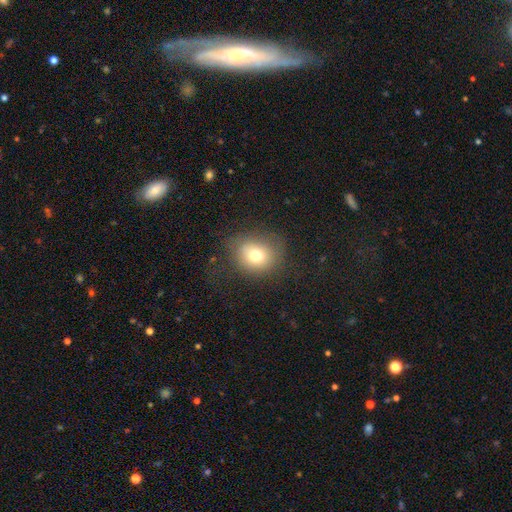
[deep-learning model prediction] Overall: smooth (72%). How rounded: round (70%). Merging: none (71%).